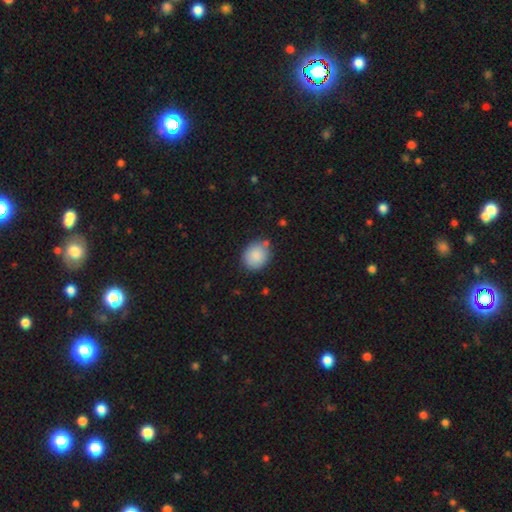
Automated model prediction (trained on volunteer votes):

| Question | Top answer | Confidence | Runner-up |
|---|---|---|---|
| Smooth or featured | smooth | 88% | star or artifact (7%) |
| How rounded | round | 65% | in between (34%) |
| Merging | none | 78% | minor disturbance (14%) |